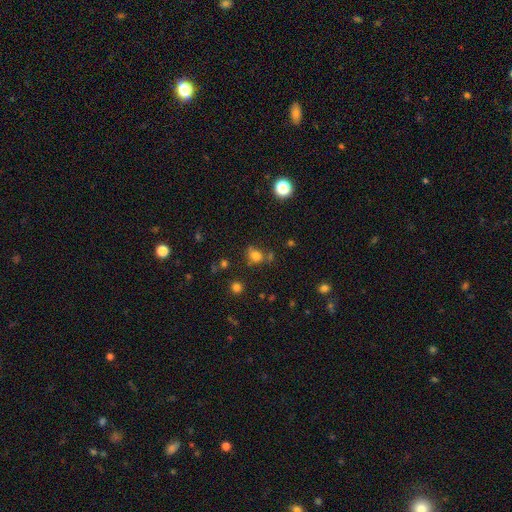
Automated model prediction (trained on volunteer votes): Q: Smooth or featured?
A: smooth (75%); runner-up: star or artifact (17%)
Q: How rounded?
A: round (57%); runner-up: in between (42%)
Q: Merging?
A: none (55%); runner-up: minor disturbance (22%)